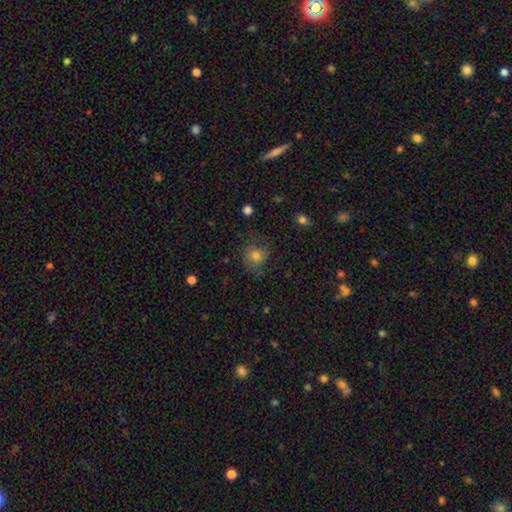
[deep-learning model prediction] smooth_or_featured: smooth (p=0.61) [alt: featured or disk p=0.24]
how_rounded: round (p=0.77) [alt: in between p=0.22]
merging: none (p=0.66) [alt: minor disturbance p=0.21]